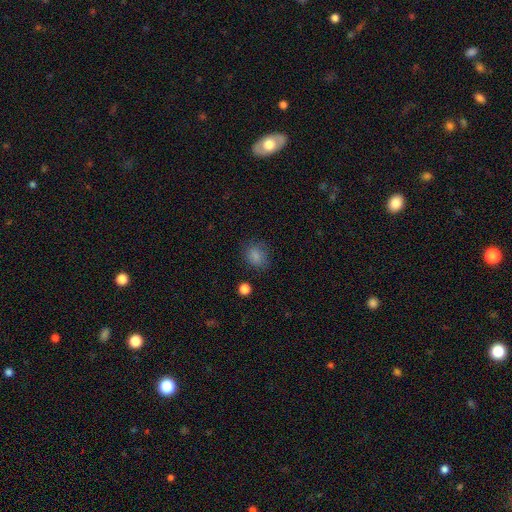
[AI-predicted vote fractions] smooth_or_featured: smooth (p=0.83) [alt: star or artifact p=0.12]
how_rounded: round (p=0.54) [alt: in between p=0.45]
merging: none (p=0.75) [alt: minor disturbance p=0.17]